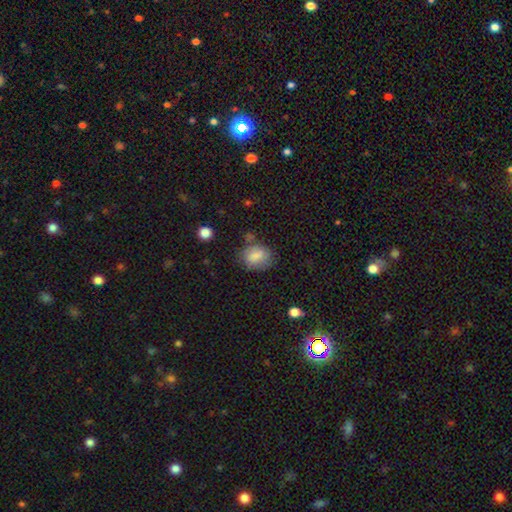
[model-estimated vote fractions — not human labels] Smooth or featured?
  - smooth: 78% *
  - featured or disk: 13%
  - star or artifact: 9%
How rounded?
  - in between: 54% *
  - round: 45%
  - cigar-shaped: 1%
Merging?
  - none: 64% *
  - minor disturbance: 22%
  - major disturbance: 8%
  - merger: 5%